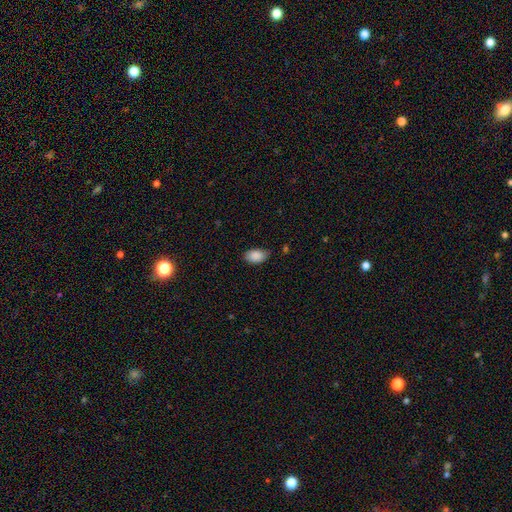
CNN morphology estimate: smooth 89%, star or artifact 7%, featured or disk 4%. Down the decision tree: how rounded — in between (91%); merging — none (74%).